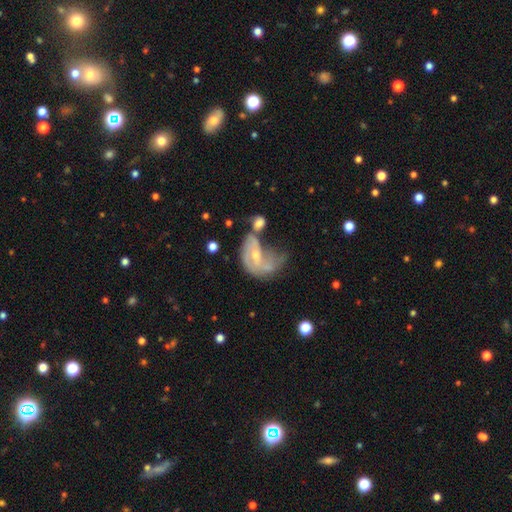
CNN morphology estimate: Smooth or featured? Predicted: featured or disk (p=0.69). Edge-on disk? Predicted: no (p=0.96). Bar? Predicted: no (p=0.49). Spiral arms? Predicted: yes (p=0.69). Bulge size? Predicted: small (p=0.55). Merging? Predicted: major disturbance (p=0.36).